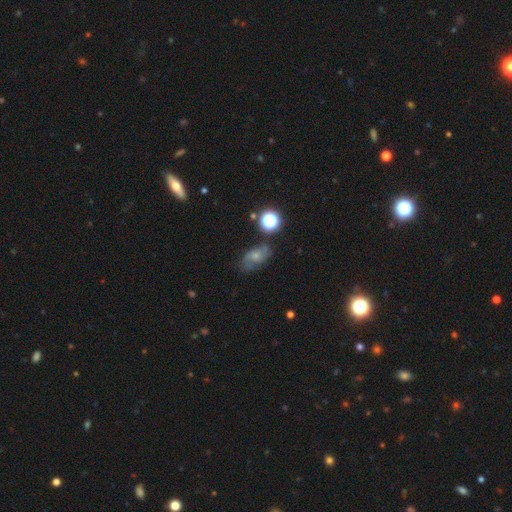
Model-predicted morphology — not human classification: featured or disk 53%, smooth 32%, star or artifact 15%. Down the decision tree: edge-on disk — no (95%); bar — no (69%); spiral arms — yes (85%); bulge size — small (49%); merging — none (59%).